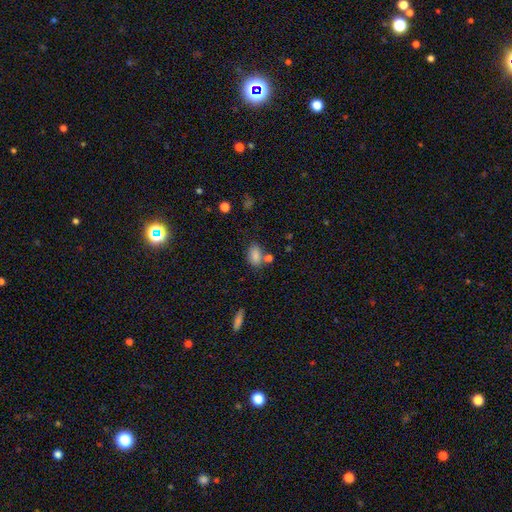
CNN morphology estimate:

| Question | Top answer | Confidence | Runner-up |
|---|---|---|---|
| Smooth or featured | smooth | 84% | star or artifact (9%) |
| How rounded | in between | 89% | round (9%) |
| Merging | none | 58% | merger (22%) |